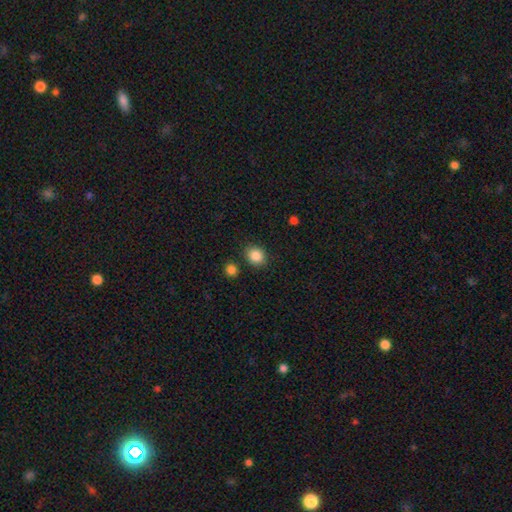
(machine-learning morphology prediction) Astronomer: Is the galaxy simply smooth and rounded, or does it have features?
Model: smooth — 87%.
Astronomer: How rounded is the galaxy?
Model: round — 68%.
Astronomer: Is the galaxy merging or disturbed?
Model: none — 84%.